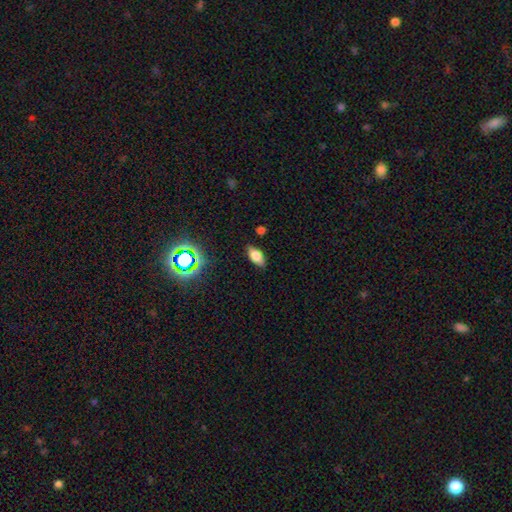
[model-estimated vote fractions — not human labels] A smooth galaxy with no disk features (70%) that is in between round and cigar-shaped (86%). Merging: none (83%).